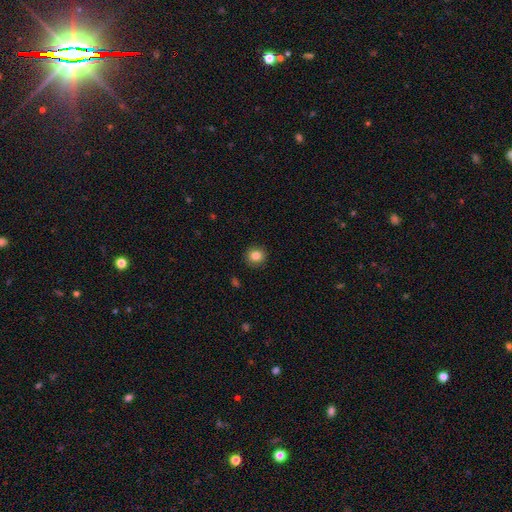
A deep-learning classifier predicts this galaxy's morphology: smooth_or_featured: smooth (p=0.84) [alt: star or artifact p=0.10]
how_rounded: round (p=0.89) [alt: in between p=0.10]
merging: none (p=0.91) [alt: minor disturbance p=0.06]